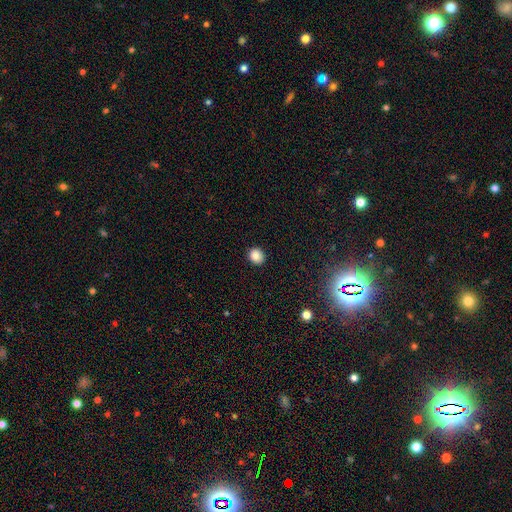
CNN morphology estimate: The model was most divided on "how rounded": round: 76%, in between: 23%, cigar-shaped: 1%. More confident: merging — none (91%); smooth or featured — smooth (87%).